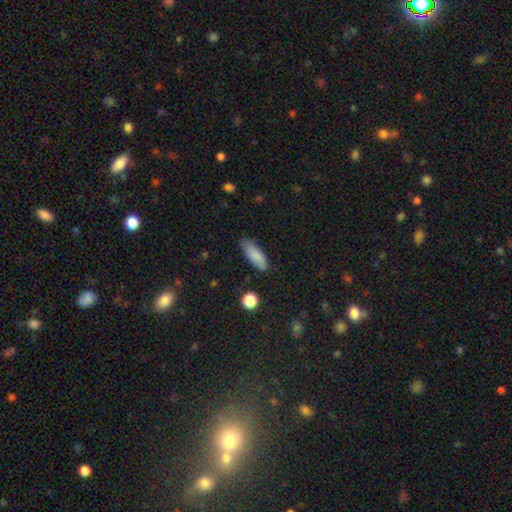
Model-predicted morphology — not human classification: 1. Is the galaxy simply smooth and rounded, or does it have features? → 86% smooth, 7% featured or disk, 7% star or artifact.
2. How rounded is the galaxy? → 66% in between, 32% cigar-shaped, 2% round.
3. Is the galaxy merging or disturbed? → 76% none, 19% minor disturbance, 3% major disturbance, 2% merger.